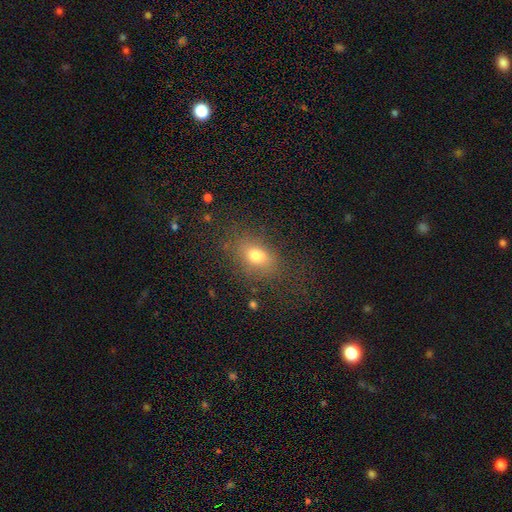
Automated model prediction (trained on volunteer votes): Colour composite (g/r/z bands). It shows a smooth galaxy with no disk features (68%) that is in between round and cigar-shaped (69%). Merging: none (50%).